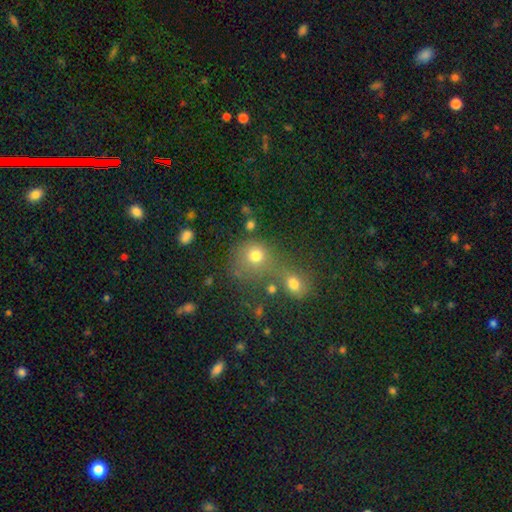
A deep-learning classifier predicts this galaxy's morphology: A smooth galaxy with no disk features (73%) that is round (80%).

Vote fractions:
- Smooth or featured? smooth: 73% / star or artifact: 16% / featured or disk: 11%
- How rounded? round: 80% / in between: 19% / cigar-shaped: 1%
- Merging? merger: 42% / none: 41% / minor disturbance: 10% / major disturbance: 8%